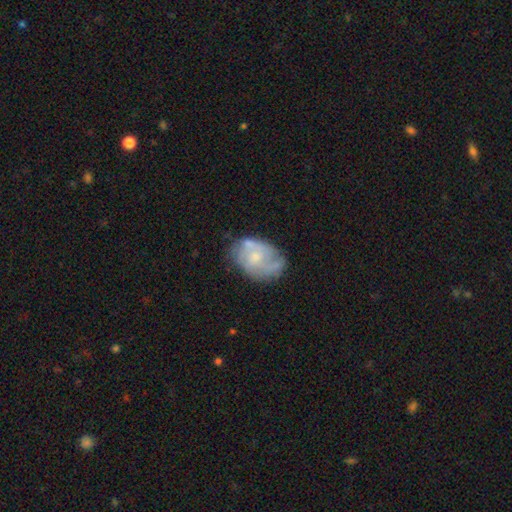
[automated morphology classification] A featured or disk galaxy (67%) with no bar (70%), spiral arms (75%) and a small central bulge (55%).

Vote fractions:
- Smooth or featured? featured or disk: 67% / smooth: 27% / star or artifact: 7%
- Edge-on disk? no: 97% / yes: 3%
- Bar? no: 70% / weak: 27% / strong: 3%
- Spiral arms? yes: 75% / no: 25%
- Bulge size? small: 55% / moderate: 33% / none: 9% / large: 2% / dominant: 1%
- Merging? none: 54% / minor disturbance: 27% / major disturbance: 13% / merger: 6%